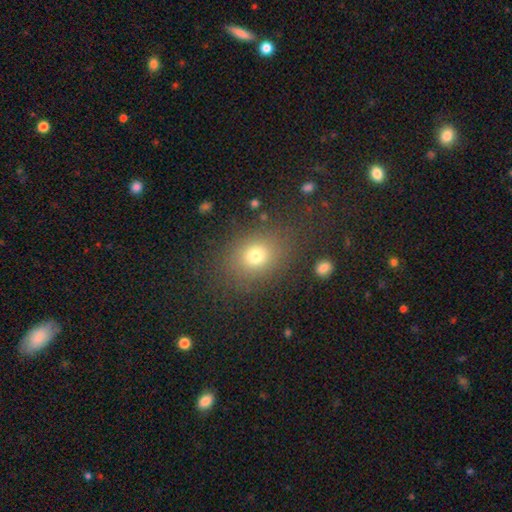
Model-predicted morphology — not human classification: type=smooth (75%); roundness=round (54%); merging=none (80%).